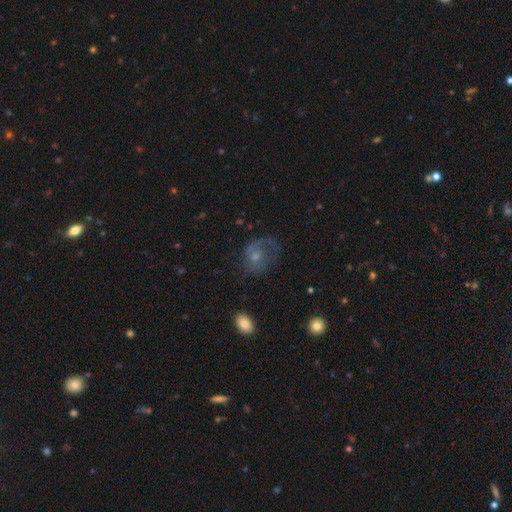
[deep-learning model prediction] featured or disk 58%, smooth 32%, star or artifact 11%. Down the decision tree: edge-on disk — no (97%); bar — no (76%); spiral arms — yes (75%); bulge size — moderate (45%, tied with small); merging — none (47%).